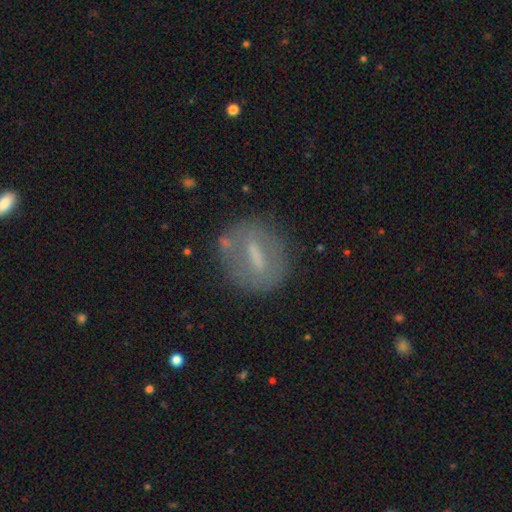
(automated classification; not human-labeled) Smooth or featured? featured or disk (51%)
Edge-on disk? no (80%)
Merging? none (77%)